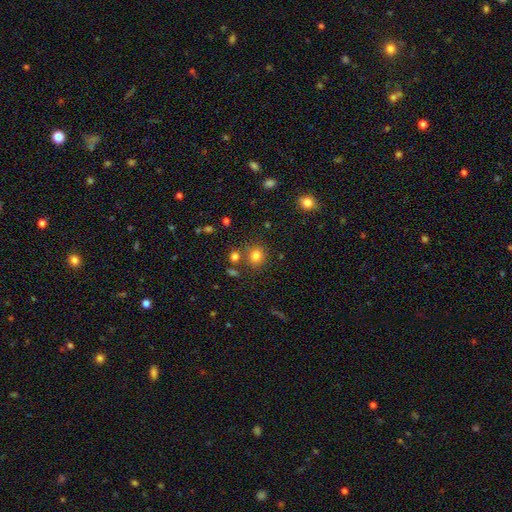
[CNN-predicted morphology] A smooth galaxy with no disk features (80%) that is round (80%). Merging: none (76%).